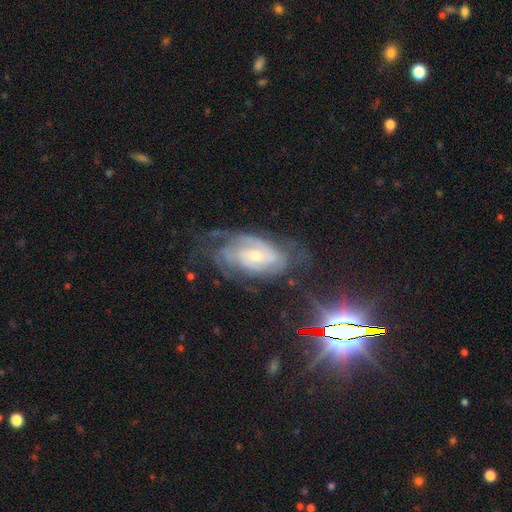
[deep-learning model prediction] Smooth or featured?
  - featured or disk: 82% *
  - smooth: 10%
  - star or artifact: 8%
Edge-on disk?
  - no: 95% *
  - yes: 5%
Bar?
  - no: 60% *
  - weak: 33%
  - strong: 7%
Spiral arms?
  - yes: 94% *
  - no: 6%
Spiral winding?
  - tight: 62% *
  - medium: 30%
  - loose: 8%
Spiral arm count?
  - can't tell: 40% *
  - 2: 26%
  - 3: 18%
  - 4: 7%
  - 1: 5%
  - more than 4: 4%
Bulge size?
  - small: 51% *
  - moderate: 43%
  - large: 3%
  - none: 2%
  - dominant: 1%
Merging?
  - none: 57% *
  - minor disturbance: 24%
  - major disturbance: 16%
  - merger: 2%